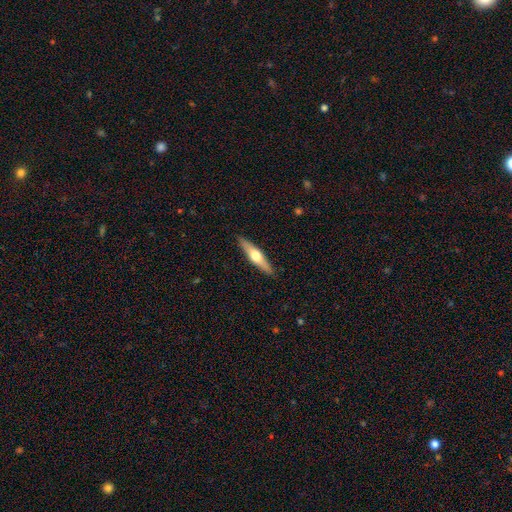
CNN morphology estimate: A featured or disk galaxy (51%) viewed edge-on (92%).

Vote fractions:
- Smooth or featured? featured or disk: 51% / smooth: 44% / star or artifact: 5%
- Edge-on disk? yes: 92% / no: 8%
- Merging? none: 90% / minor disturbance: 8% / major disturbance: 2% / merger: 1%